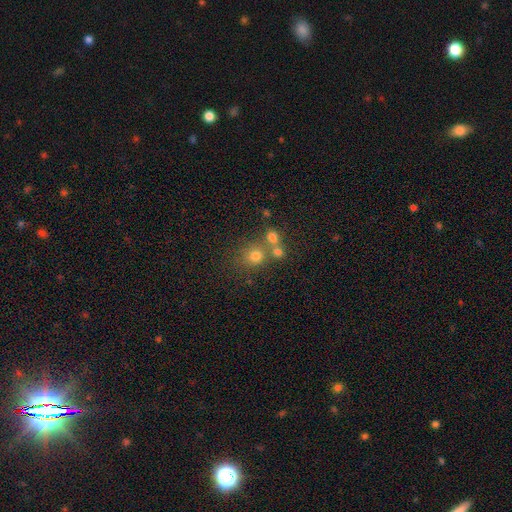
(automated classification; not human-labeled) Q: Smooth or featured?
A: smooth (68%); runner-up: star or artifact (19%)
Q: How rounded?
A: round (84%); runner-up: in between (15%)
Q: Merging?
A: none (51%); runner-up: merger (38%)